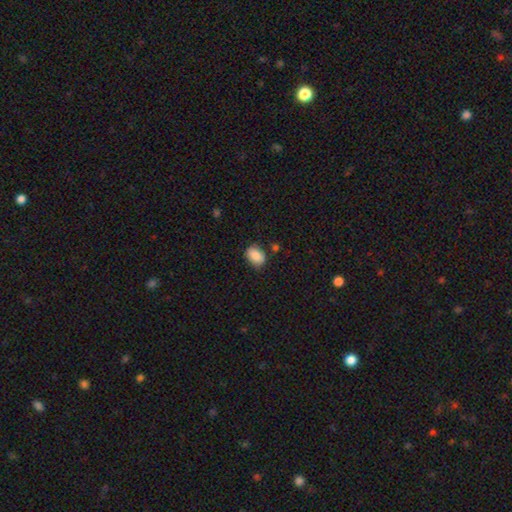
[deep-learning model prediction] Smooth or featured?
  - smooth: 87% *
  - star or artifact: 8%
  - featured or disk: 5%
How rounded?
  - in between: 77% *
  - round: 22%
  - cigar-shaped: 1%
Merging?
  - none: 79% *
  - minor disturbance: 14%
  - merger: 3%
  - major disturbance: 3%